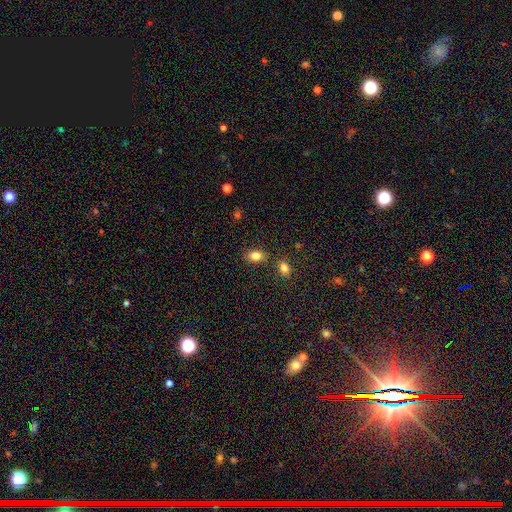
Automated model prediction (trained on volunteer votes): Morphology: type=smooth (83%); roundness=in between (79%); merging=none (78%).